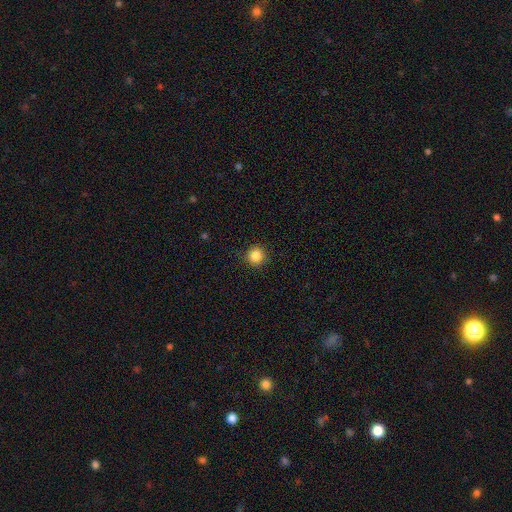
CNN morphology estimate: This is clearly a smooth galaxy (86%). How rounded: clearly round (93%). Merging: clearly none (89%).